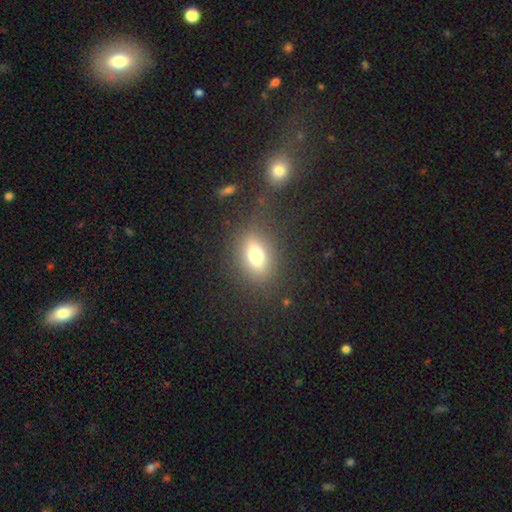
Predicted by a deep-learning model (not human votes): Q: Smooth or featured?
A: smooth (69%); runner-up: featured or disk (17%)
Q: How rounded?
A: in between (68%); runner-up: round (27%)
Q: Merging?
A: none (74%); runner-up: minor disturbance (13%)